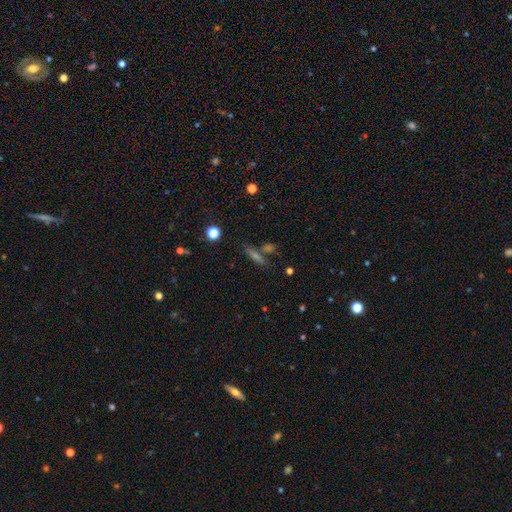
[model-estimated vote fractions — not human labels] Smooth or featured? smooth (46%)
Merging? none (69%)